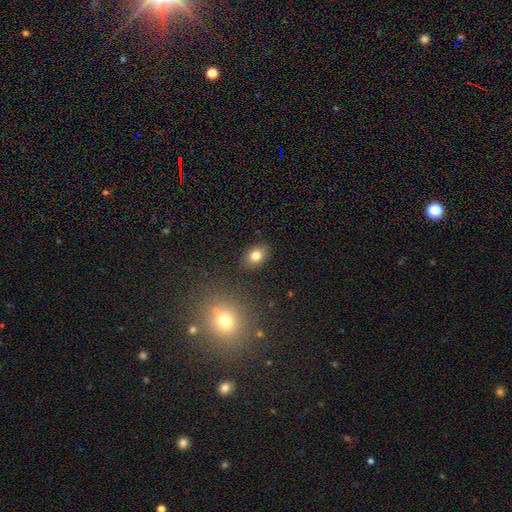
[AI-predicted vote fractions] Smooth or featured? Predicted: smooth (p=0.80). How rounded? Predicted: in between (p=0.69). Merging? Predicted: none (p=0.85).